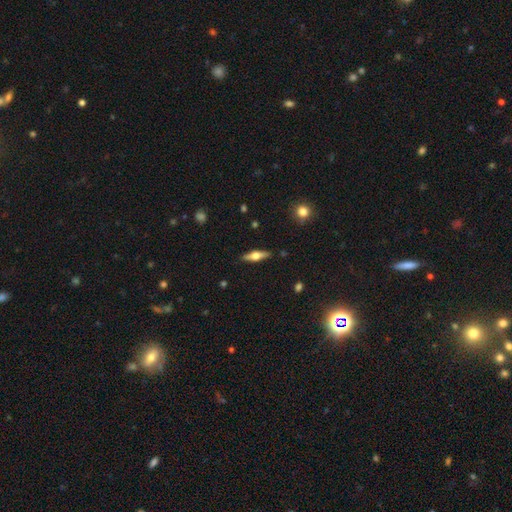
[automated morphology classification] Smooth or featured? Predicted: featured or disk (p=0.62). Edge-on disk? Predicted: yes (p=0.95). Edge-on bulge? Predicted: rounded (p=0.94). Merging? Predicted: none (p=0.89).